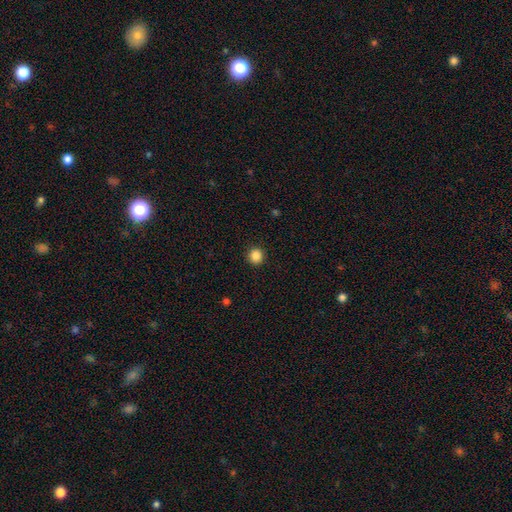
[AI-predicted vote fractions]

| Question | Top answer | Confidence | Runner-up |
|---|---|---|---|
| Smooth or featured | smooth | 87% | star or artifact (11%) |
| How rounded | round | 92% | in between (7%) |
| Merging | none | 92% | minor disturbance (5%) |